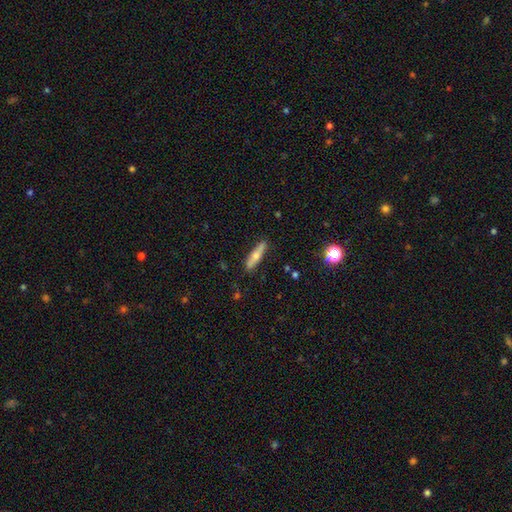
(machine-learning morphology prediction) Q: Smooth or featured?
A: smooth (56%); runner-up: featured or disk (38%)
Q: How rounded?
A: cigar-shaped (79%); runner-up: in between (18%)
Q: Merging?
A: none (86%); runner-up: minor disturbance (10%)